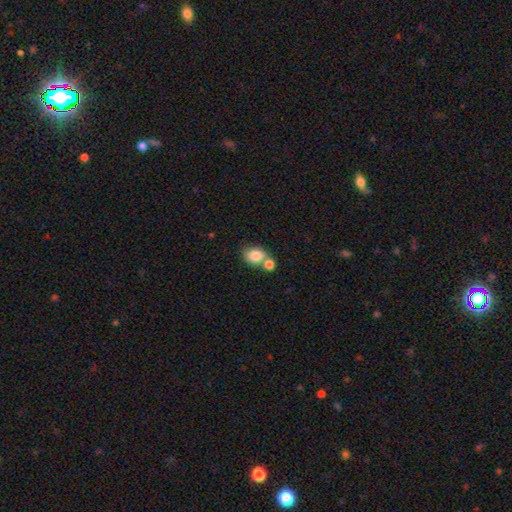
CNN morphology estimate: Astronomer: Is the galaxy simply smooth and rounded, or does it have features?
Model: smooth — 82%.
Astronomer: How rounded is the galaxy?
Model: in between — 58% (runner-up: round, 41%).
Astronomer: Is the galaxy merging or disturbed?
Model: none — 45% (runner-up: merger, 41%).